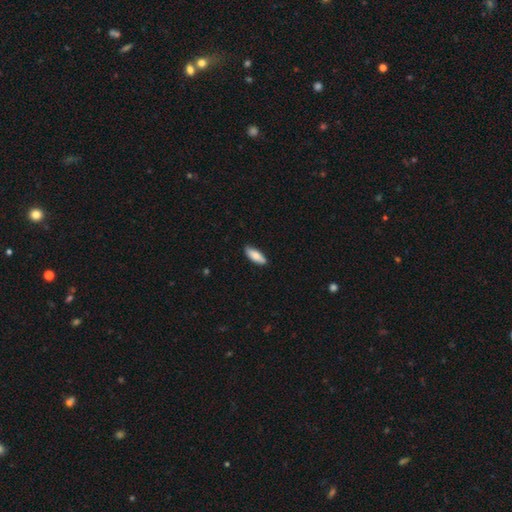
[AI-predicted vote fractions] A smooth galaxy with no disk features (81%) that is in between round and cigar-shaped (70%). Merging: none (84%).